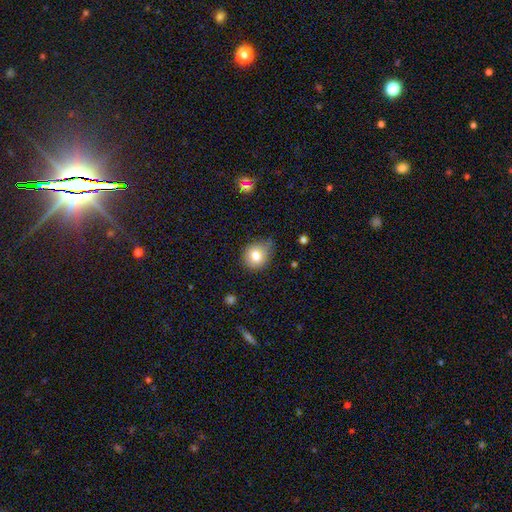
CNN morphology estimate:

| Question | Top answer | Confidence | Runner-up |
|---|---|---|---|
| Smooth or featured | smooth | 81% | star or artifact (10%) |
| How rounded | round | 82% | in between (17%) |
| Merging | none | 67% | minor disturbance (25%) |